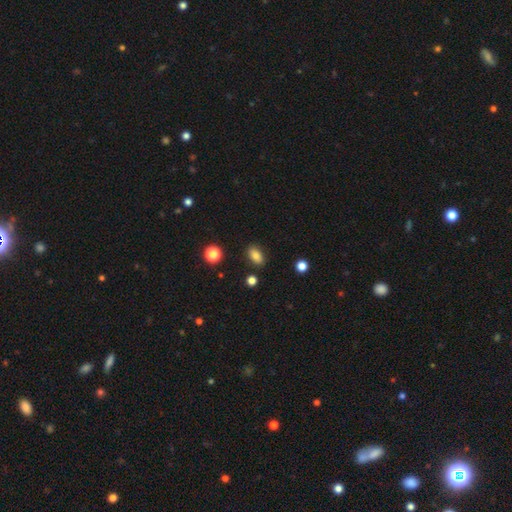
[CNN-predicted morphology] smooth 83%, star or artifact 10%, featured or disk 7%. Down the decision tree: how rounded — in between (86%); merging — none (85%).